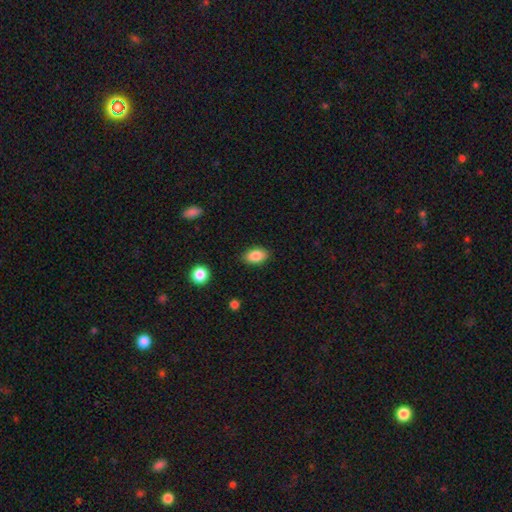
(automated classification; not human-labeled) A smooth galaxy with no disk features (87%) that is in between round and cigar-shaped (90%).

Vote fractions:
- Smooth or featured? smooth: 87% / star or artifact: 8% / featured or disk: 6%
- How rounded? in between: 90% / round: 8% / cigar-shaped: 2%
- Merging? none: 87% / minor disturbance: 10% / major disturbance: 3% / merger: 1%